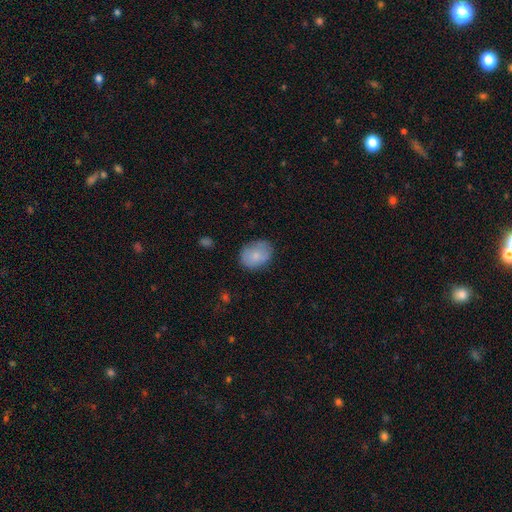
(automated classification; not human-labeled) This is clearly a smooth galaxy (80%). How rounded: likely in between (61%). Merging: likely none (74%).